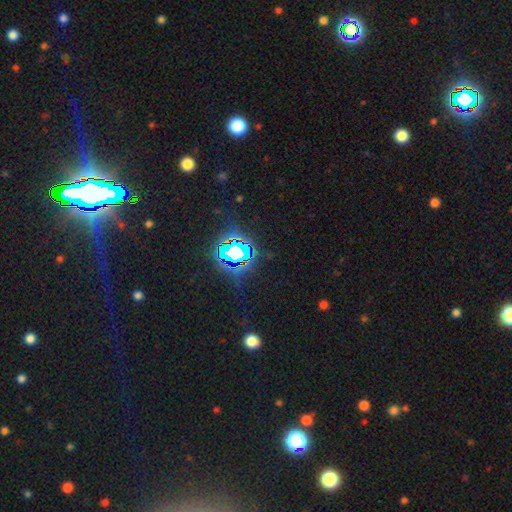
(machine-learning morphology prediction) smooth-or-featured: star or artifact: 81% | smooth: 10% | featured or disk: 8%